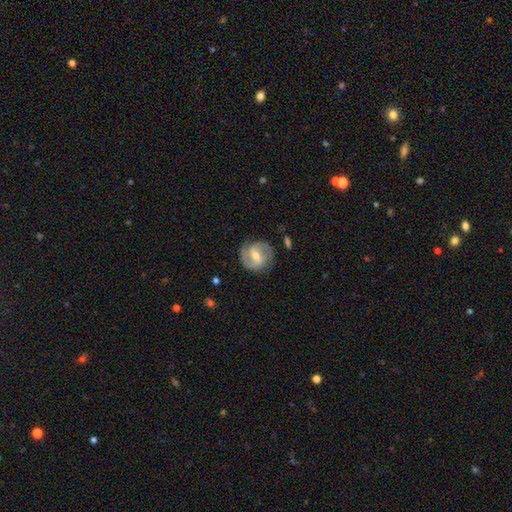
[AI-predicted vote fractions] The model was most divided on "bulge size": moderate: 52%, small: 43%, large: 2%, none: 2%, dominant: 1%. Remaining: edge-on disk — no (97%); spiral arms — yes (90%); spiral arm count — 2 (86%); merging — none (81%); smooth or featured — featured or disk (76%); bar — weak (49%); spiral winding — medium (48%).